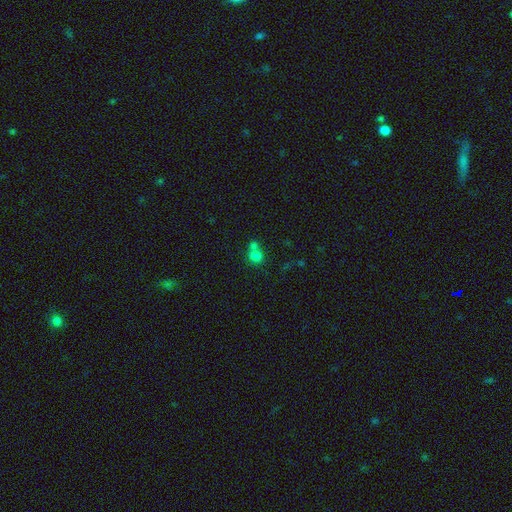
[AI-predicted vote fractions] A smooth galaxy with no disk features (77%) that is round (81%).

Vote fractions:
- Smooth or featured? smooth: 77% / star or artifact: 13% / featured or disk: 10%
- How rounded? round: 81% / in between: 18% / cigar-shaped: 1%
- Merging? merger: 49% / none: 40% / minor disturbance: 7% / major disturbance: 3%